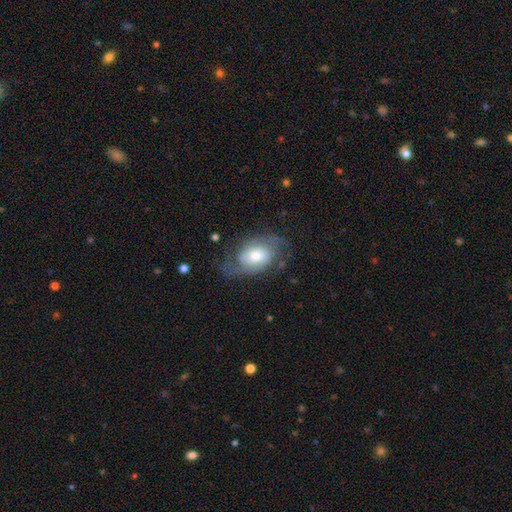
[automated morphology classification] smooth_or_featured: featured or disk (p=0.73) [alt: smooth p=0.20]
disk_edge_on: no (p=0.96) [alt: yes p=0.04]
bar: no (p=0.61) [alt: weak p=0.32]
has_spiral_arms: yes (p=0.90) [alt: no p=0.10]
spiral_winding: medium (p=0.46) [alt: tight p=0.28]
spiral_arm_count: 2 (p=0.76) [alt: can't tell p=0.13]
bulge_size: moderate (p=0.58) [alt: small p=0.19]
merging: none (p=0.61) [alt: minor disturbance p=0.21]